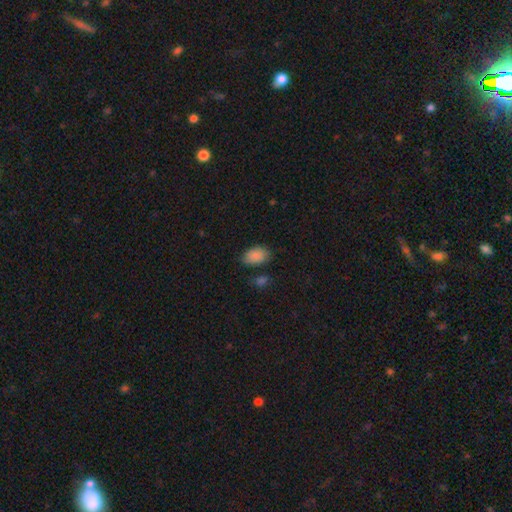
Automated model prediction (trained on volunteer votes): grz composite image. It shows a smooth galaxy with no disk features (88%) that is in between round and cigar-shaped (89%). Merging: none (72%).